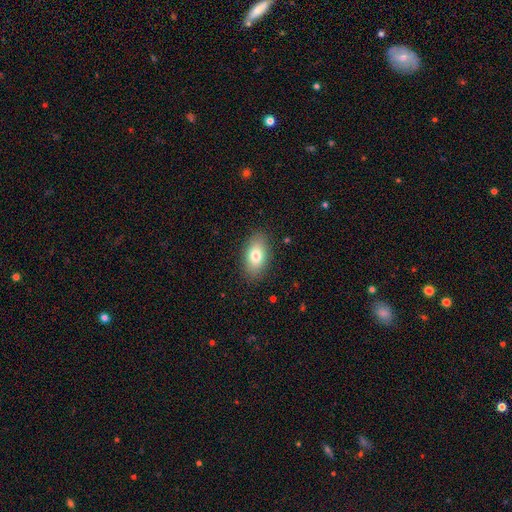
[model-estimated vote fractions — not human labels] This is likely a smooth galaxy (78%). How rounded: clearly in between (90%). Merging: clearly none (87%).